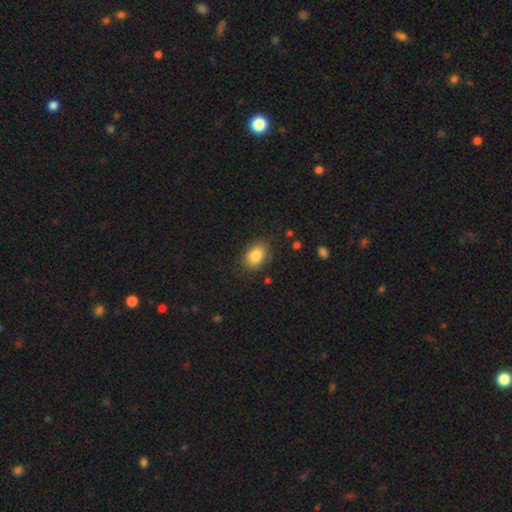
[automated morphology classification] Smooth or featured? smooth (84%)
How rounded? in between (75%)
Merging? none (83%)